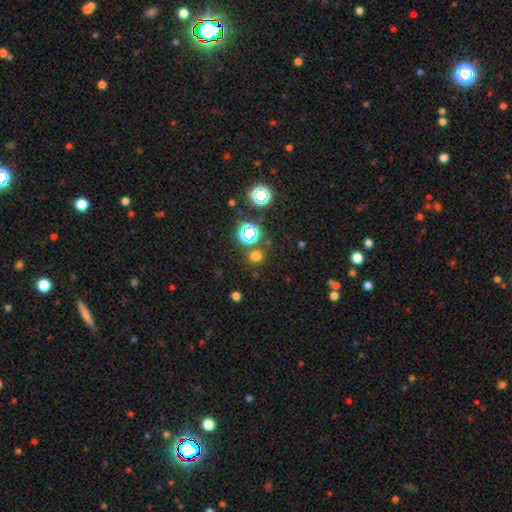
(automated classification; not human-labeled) Morphology: type=smooth (62%); roundness=round (85%); merging=none (78%).